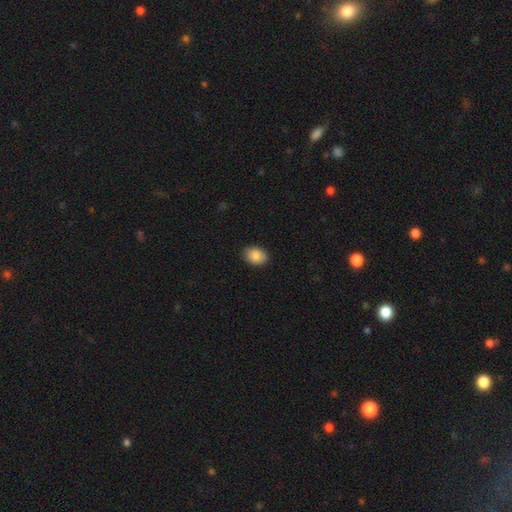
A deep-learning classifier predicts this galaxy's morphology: Overall: smooth (87%). How rounded: in between (69%; round 31%). Merging: none (89%).